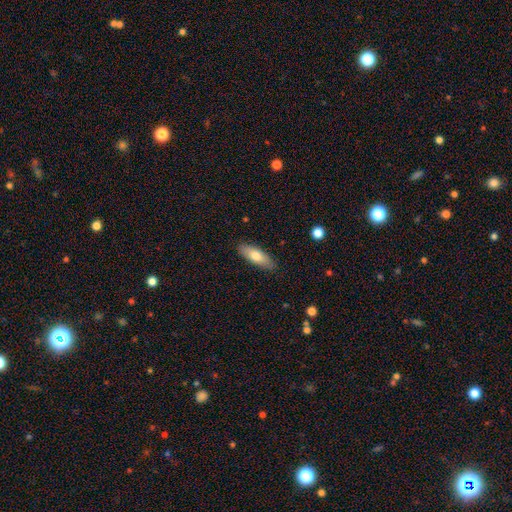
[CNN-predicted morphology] type=smooth (74%); roundness=in between (63%); merging=none (87%).